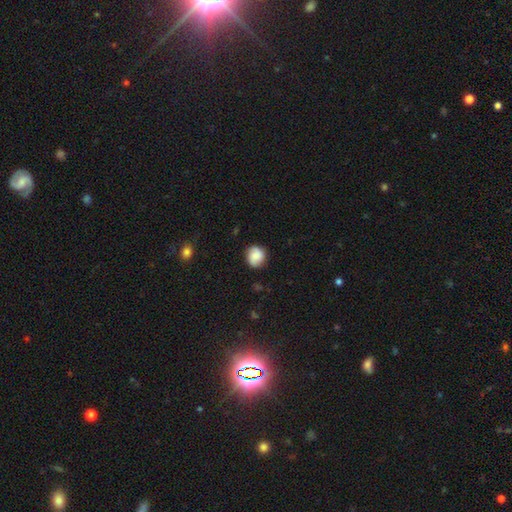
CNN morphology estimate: Smooth or featured: smooth — 80% (featured or disk — 12%)
How rounded: round — 80% (in between — 19%)
Merging: none — 82% (minor disturbance — 14%)